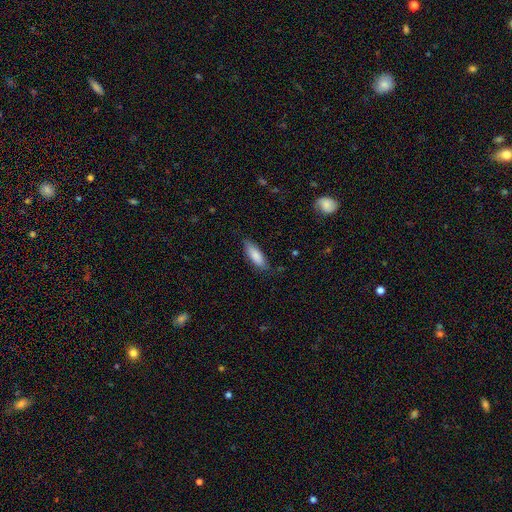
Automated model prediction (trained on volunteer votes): A smooth galaxy with no disk features (83%) that is in between round and cigar-shaped (61%).

Vote fractions:
- Smooth or featured? smooth: 83% / featured or disk: 11% / star or artifact: 6%
- How rounded? in between: 61% / cigar-shaped: 38% / round: 2%
- Merging? none: 77% / minor disturbance: 18% / major disturbance: 3% / merger: 1%